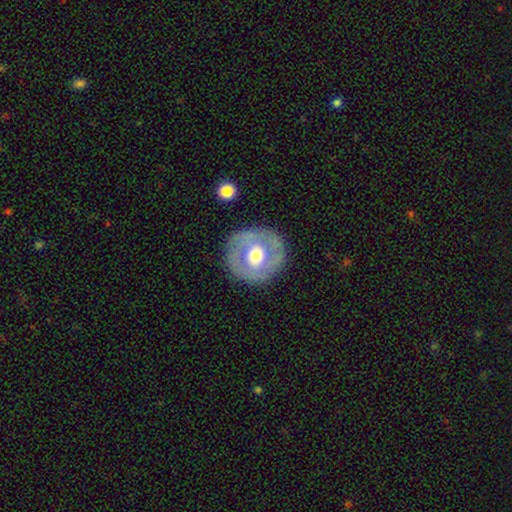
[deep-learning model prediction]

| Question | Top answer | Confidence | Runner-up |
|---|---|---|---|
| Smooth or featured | featured or disk | 55% | smooth (39%) |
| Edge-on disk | no | 95% | yes (5%) |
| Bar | no | 71% | weak (21%) |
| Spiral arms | no | 75% | yes (25%) |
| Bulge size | moderate | 65% | large (27%) |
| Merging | none | 83% | minor disturbance (11%) |